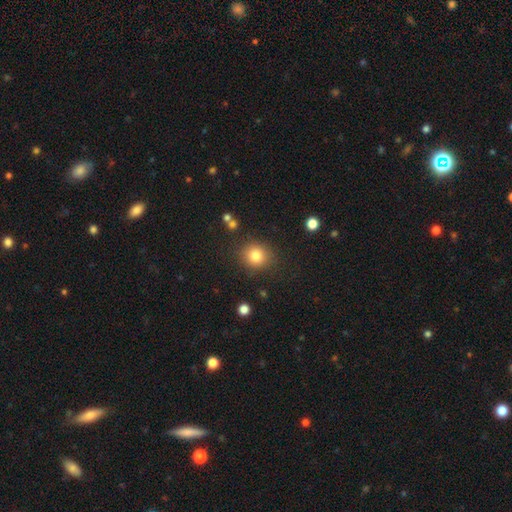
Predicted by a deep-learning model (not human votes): The model was most divided on "smooth or featured": smooth: 82%, star or artifact: 11%, featured or disk: 7%. More confident: how rounded — round (85%); merging — none (85%).